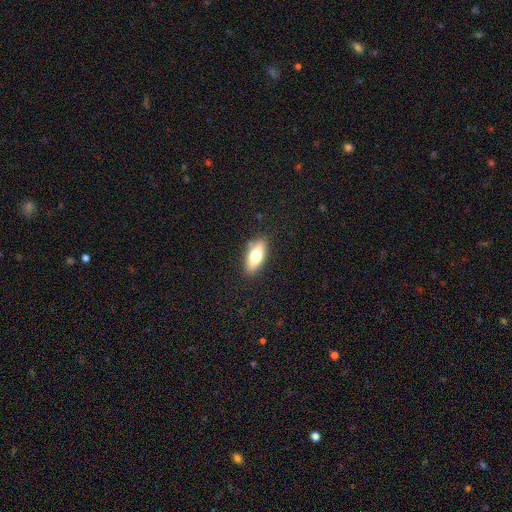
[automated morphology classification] Smooth or featured? Predicted: smooth (p=0.68). How rounded? Predicted: in between (p=0.74). Merging? Predicted: none (p=0.83).